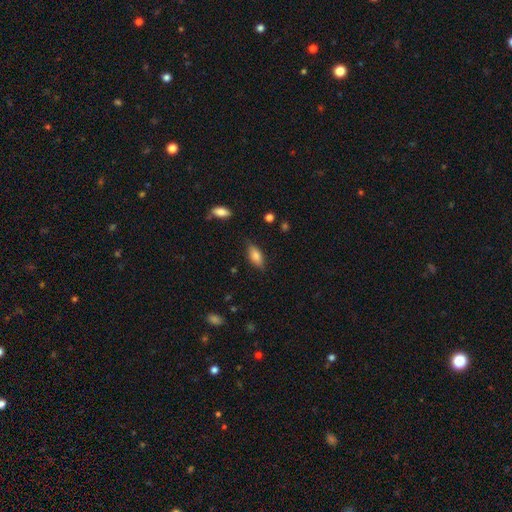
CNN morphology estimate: The model was most divided on "how rounded": in between: 76%, cigar-shaped: 21%, round: 3%. More confident: merging — none (79%); smooth or featured — smooth (74%).